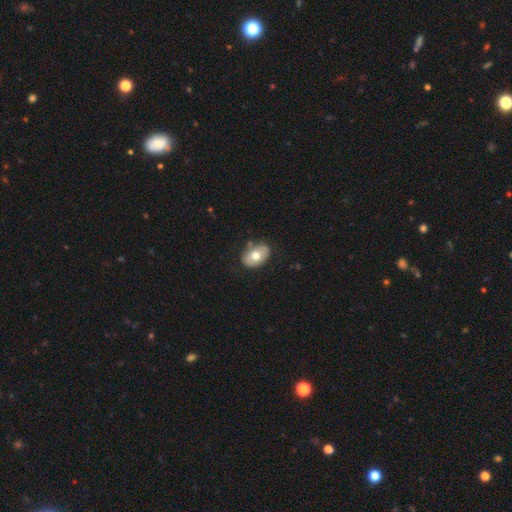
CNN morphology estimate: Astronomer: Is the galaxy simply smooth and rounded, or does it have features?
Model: smooth — 65%.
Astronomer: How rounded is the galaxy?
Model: in between — 82%.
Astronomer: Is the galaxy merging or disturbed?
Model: none — 80%.